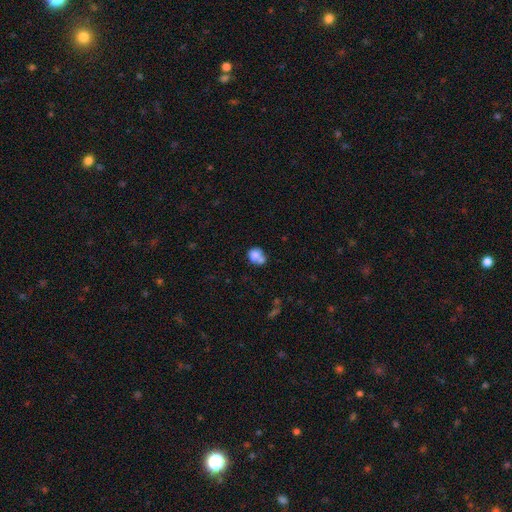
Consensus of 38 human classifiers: Smooth or featured?
  - smooth: 82% *
  - featured or disk: 11%
  - star or artifact: 8%
How rounded?
  - round: 74% *
  - in between: 26%
  - cigar-shaped: 0%
Merging?
  - merger: 51% *
  - none: 23%
  - minor disturbance: 14%
  - major disturbance: 11%